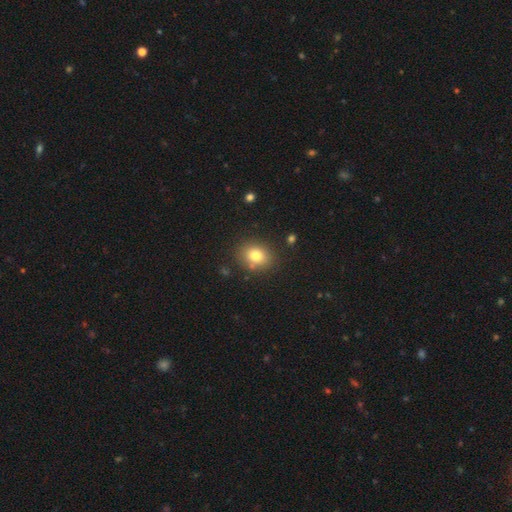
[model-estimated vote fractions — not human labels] This is likely a smooth galaxy (78%). How rounded: possibly round (54%). Merging: clearly none (82%).